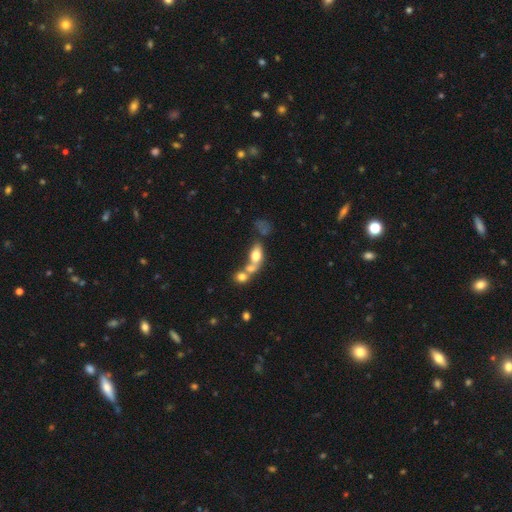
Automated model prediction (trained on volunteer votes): Overall: smooth (65%). How rounded: in between (73%). Merging: merger (62%).